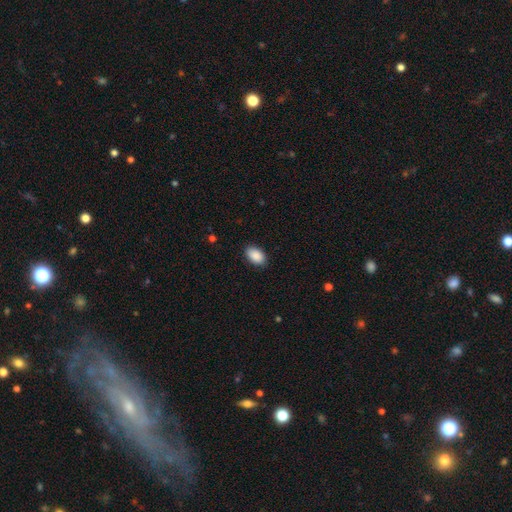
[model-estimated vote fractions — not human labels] Q: Smooth or featured?
A: smooth (90%); runner-up: star or artifact (7%)
Q: How rounded?
A: in between (92%); runner-up: round (7%)
Q: Merging?
A: none (87%); runner-up: minor disturbance (10%)